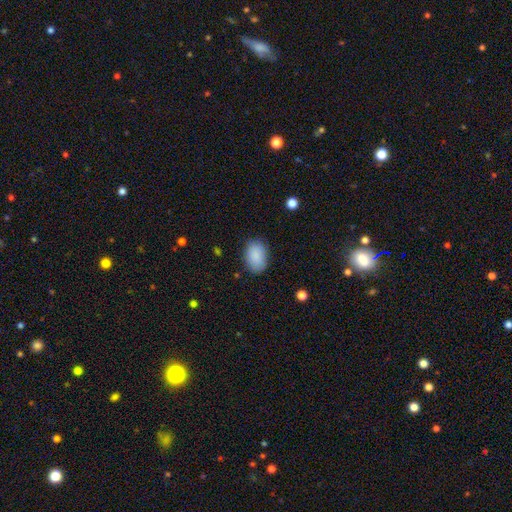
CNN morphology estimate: smooth 89%, star or artifact 7%, featured or disk 4%. Down the decision tree: how rounded — in between (88%); merging — none (84%).